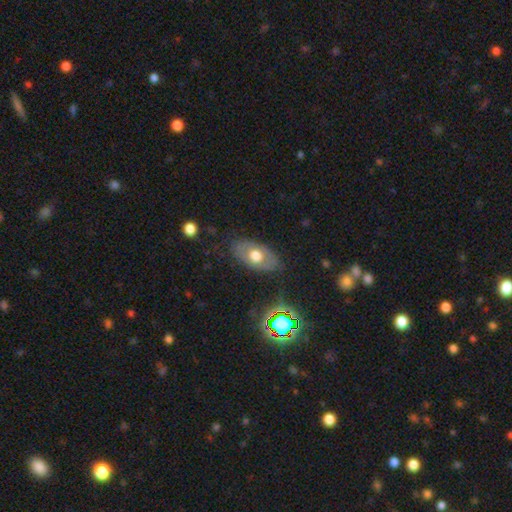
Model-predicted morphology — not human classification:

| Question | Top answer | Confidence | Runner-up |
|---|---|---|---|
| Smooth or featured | smooth | 53% | featured or disk (38%) |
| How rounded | in between | 88% | round (10%) |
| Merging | none | 79% | minor disturbance (14%) |